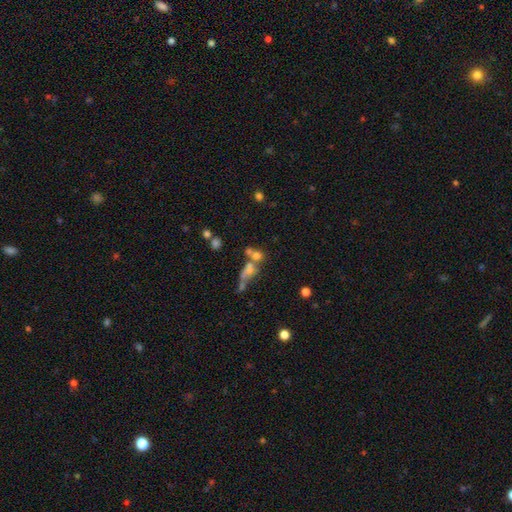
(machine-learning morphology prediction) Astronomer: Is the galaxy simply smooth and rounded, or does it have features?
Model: smooth — 54%.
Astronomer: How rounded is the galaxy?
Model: round — 49% (runner-up: in between, 42%).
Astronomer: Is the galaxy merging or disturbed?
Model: merger — 50% (runner-up: none, 28%).